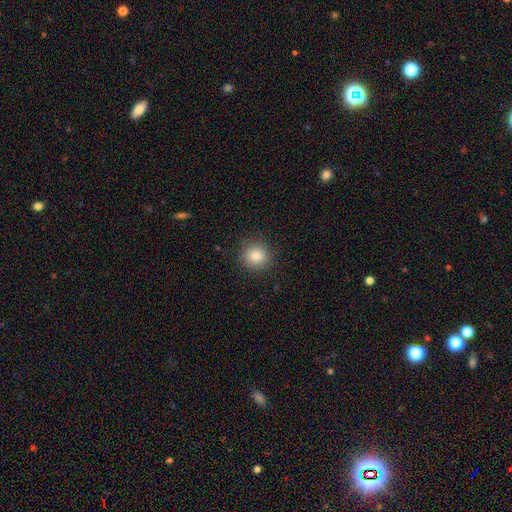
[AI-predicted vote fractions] Smooth or featured? smooth (84%)
How rounded? round (91%)
Merging? none (89%)